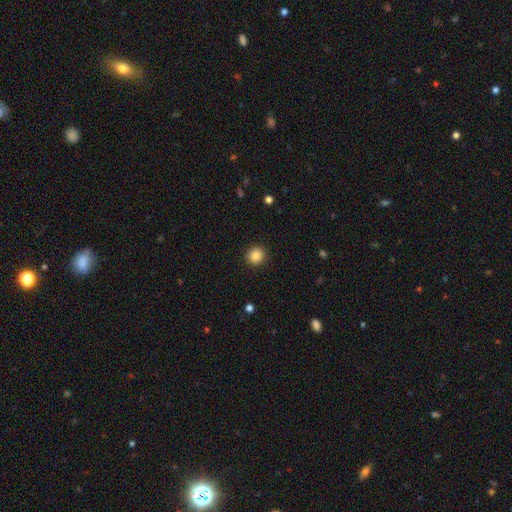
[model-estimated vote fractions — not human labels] smooth 86%, star or artifact 10%, featured or disk 4%. Down the decision tree: how rounded — round (92%); merging — none (92%).